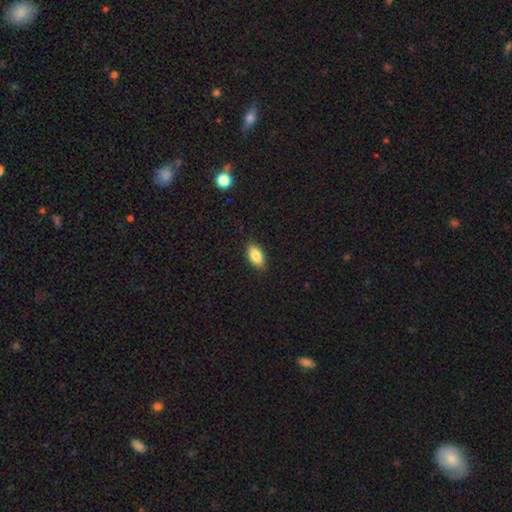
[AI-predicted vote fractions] Q: Smooth or featured?
A: smooth (86%); runner-up: featured or disk (7%)
Q: How rounded?
A: in between (91%); runner-up: cigar-shaped (6%)
Q: Merging?
A: none (88%); runner-up: minor disturbance (9%)